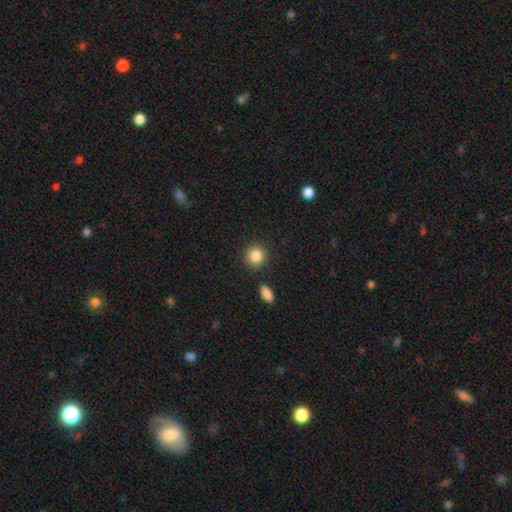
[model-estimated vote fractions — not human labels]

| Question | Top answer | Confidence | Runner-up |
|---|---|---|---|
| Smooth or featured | smooth | 86% | star or artifact (9%) |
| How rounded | round | 88% | in between (11%) |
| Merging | none | 88% | minor disturbance (7%) |